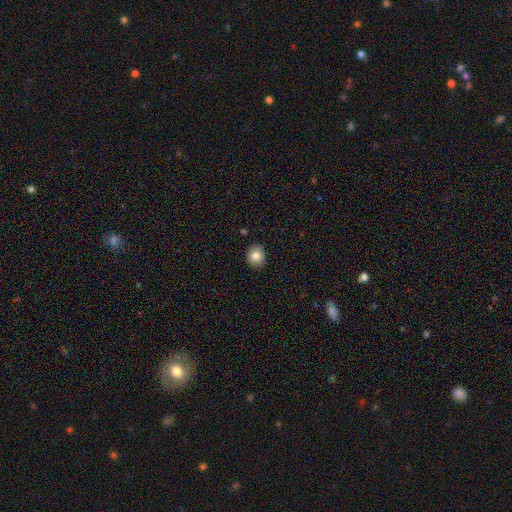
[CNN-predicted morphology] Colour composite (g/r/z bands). It shows a smooth galaxy with no disk features (83%) that is round (77%). Merging: none (88%).